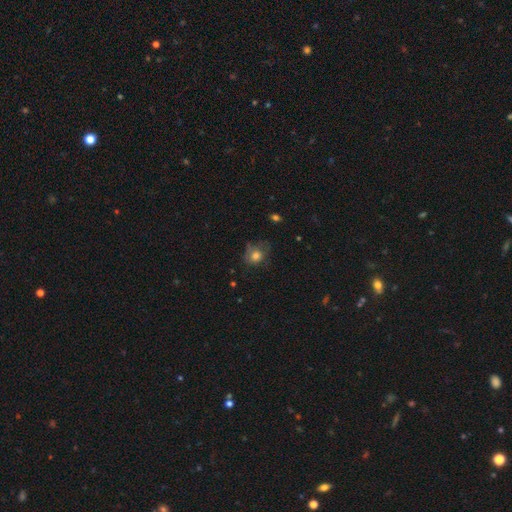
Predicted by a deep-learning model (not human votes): Smooth or featured?
  - smooth: 67% *
  - featured or disk: 21%
  - star or artifact: 11%
How rounded?
  - round: 60% *
  - in between: 39%
  - cigar-shaped: 1%
Merging?
  - none: 46% *
  - minor disturbance: 29%
  - major disturbance: 23%
  - merger: 2%